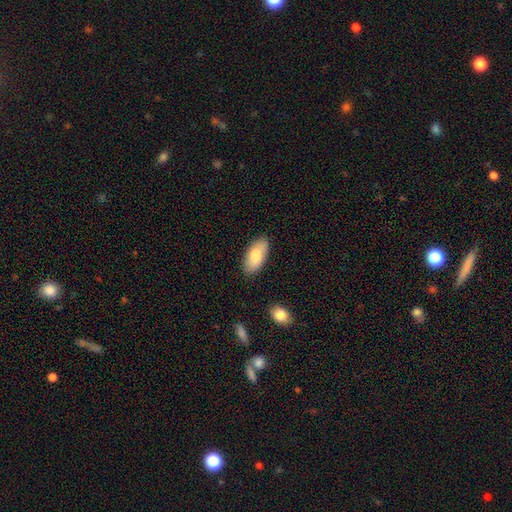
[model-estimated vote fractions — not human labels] Q: Smooth or featured?
A: smooth (79%); runner-up: featured or disk (15%)
Q: How rounded?
A: in between (92%); runner-up: cigar-shaped (6%)
Q: Merging?
A: none (83%); runner-up: minor disturbance (12%)